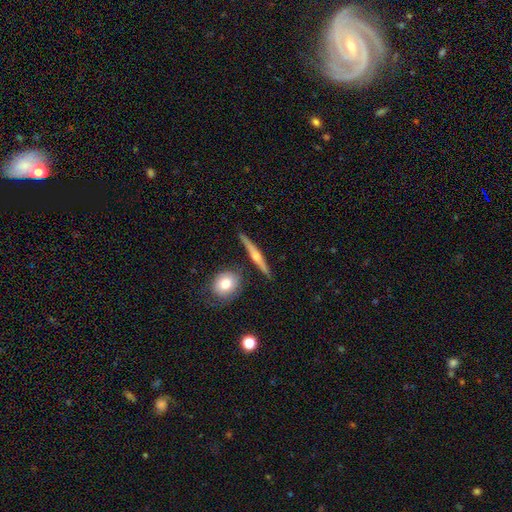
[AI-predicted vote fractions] A featured or disk galaxy (69%) viewed edge-on (96%) with a rounded central bulge (85%).

Vote fractions:
- Smooth or featured? featured or disk: 69% / smooth: 25% / star or artifact: 6%
- Edge-on disk? yes: 96% / no: 4%
- Edge-on bulge? rounded: 85% / none: 9% / boxy: 6%
- Merging? none: 85% / minor disturbance: 8% / merger: 4% / major disturbance: 2%